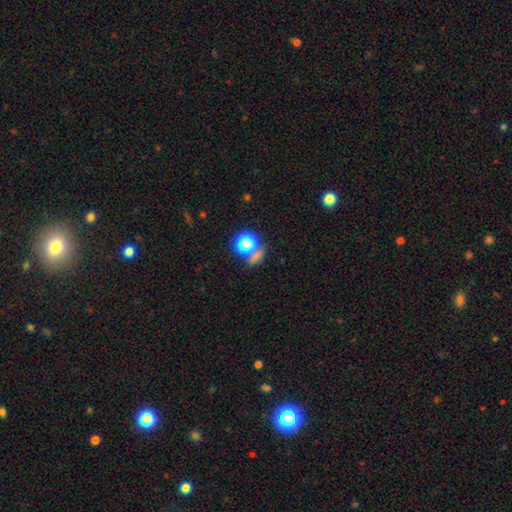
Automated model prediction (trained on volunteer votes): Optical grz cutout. It shows a smooth galaxy with no disk features (60%) that is round (66%). Merging: none (55%).